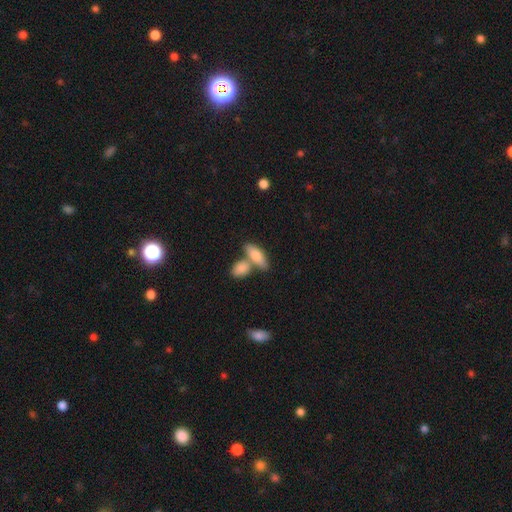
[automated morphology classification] Smooth or featured? smooth (77%)
How rounded? in between (73%)
Merging? none (49%)